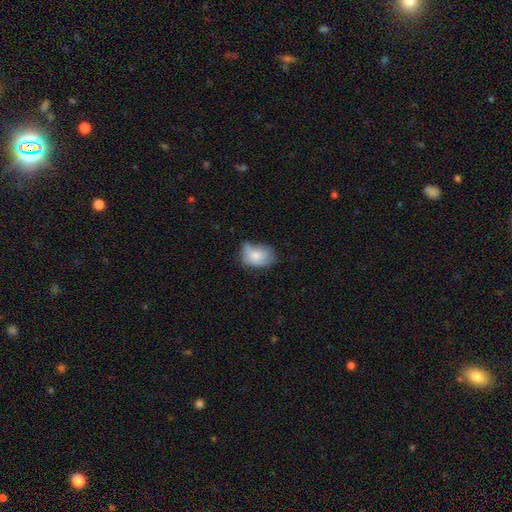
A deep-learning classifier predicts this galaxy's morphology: smooth-or-featured: smooth: 73% | featured or disk: 19% | star or artifact: 8%
  how-rounded: in between: 78% | round: 21% | cigar-shaped: 1%
  merging: minor disturbance: 41% | none: 36% | major disturbance: 18% | merger: 4%